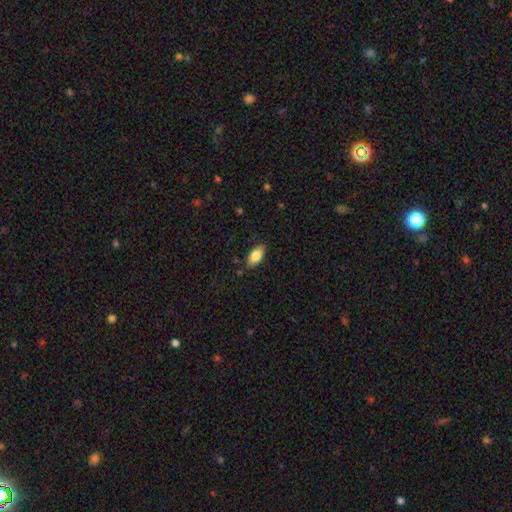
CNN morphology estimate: A smooth galaxy with no disk features (83%) that is in between round and cigar-shaped (92%). Merging: none (84%).